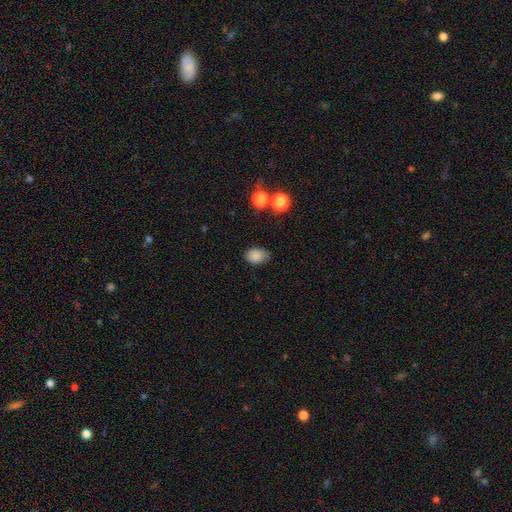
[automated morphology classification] This appears to be a smooth galaxy with no disk features (85%) that is in between round and cigar-shaped (70%). Merging: none (63%).